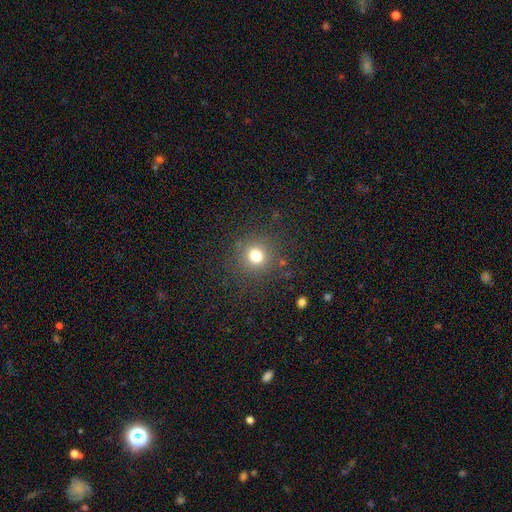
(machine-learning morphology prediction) A smooth galaxy with no disk features (76%) that is round (92%).

Vote fractions:
- Smooth or featured? smooth: 76% / star or artifact: 17% / featured or disk: 8%
- How rounded? round: 92% / in between: 7% / cigar-shaped: 1%
- Merging? none: 86% / minor disturbance: 8% / major disturbance: 4% / merger: 2%